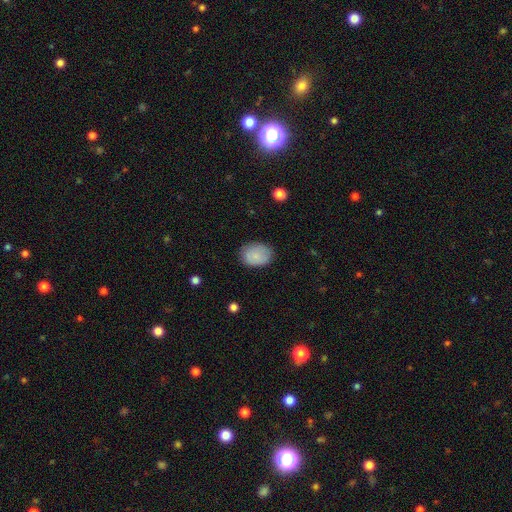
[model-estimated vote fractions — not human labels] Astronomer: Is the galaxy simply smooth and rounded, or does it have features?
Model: smooth — 83%.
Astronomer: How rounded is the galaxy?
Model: in between — 69%.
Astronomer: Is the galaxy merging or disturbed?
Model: none — 80%.